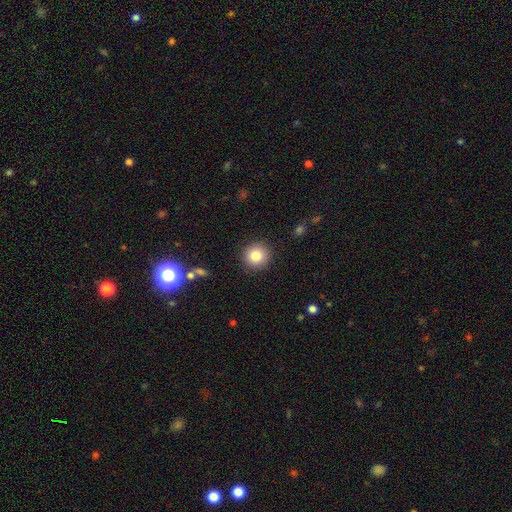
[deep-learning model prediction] A smooth galaxy with no disk features (81%) that is round (93%). Merging: none (90%).